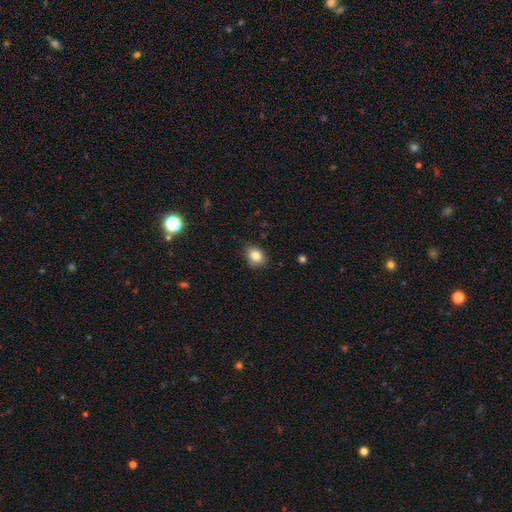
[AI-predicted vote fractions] A smooth galaxy with no disk features (84%) that is in between round and cigar-shaped (55%).

Vote fractions:
- Smooth or featured? smooth: 84% / star or artifact: 10% / featured or disk: 6%
- How rounded? in between: 55% / round: 44% / cigar-shaped: 1%
- Merging? none: 83% / minor disturbance: 13% / major disturbance: 2% / merger: 1%